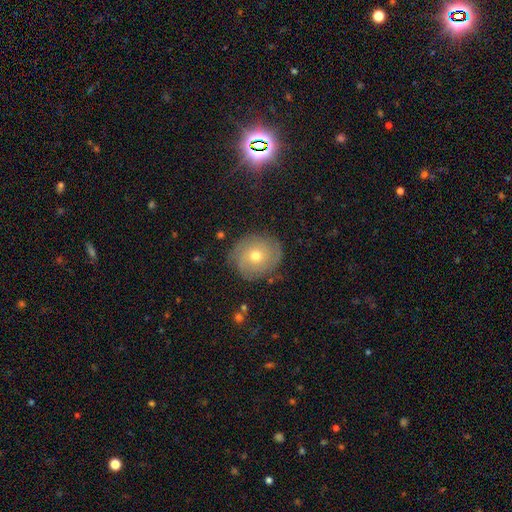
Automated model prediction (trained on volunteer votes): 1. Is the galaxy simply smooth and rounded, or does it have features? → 57% featured or disk, 32% smooth, 12% star or artifact.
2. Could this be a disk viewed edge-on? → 96% no, 4% yes.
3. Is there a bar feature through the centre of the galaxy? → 85% no, 12% weak, 3% strong.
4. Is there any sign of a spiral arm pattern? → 81% yes, 19% no.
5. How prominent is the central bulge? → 61% moderate, 35% small, 2% large, 1% none, 1% dominant.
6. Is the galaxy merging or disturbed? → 81% none, 14% minor disturbance, 4% major disturbance, 1% merger.